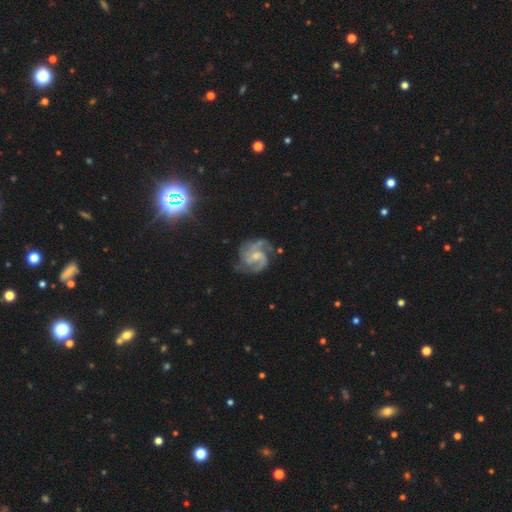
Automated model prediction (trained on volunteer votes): Smooth or featured?
  - featured or disk: 89% *
  - smooth: 6%
  - star or artifact: 5%
Edge-on disk?
  - no: 98% *
  - yes: 2%
Bar?
  - no: 47% *
  - weak: 44%
  - strong: 8%
Spiral arms?
  - yes: 98% *
  - no: 2%
Spiral winding?
  - medium: 52% *
  - tight: 35%
  - loose: 12%
Spiral arm count?
  - 2: 51% *
  - 3: 27%
  - can't tell: 9%
  - 4: 4%
  - 1: 4%
  - more than 4: 4%
Bulge size?
  - small: 56% *
  - moderate: 33%
  - none: 7%
  - large: 2%
  - dominant: 1%
Merging?
  - none: 64% *
  - minor disturbance: 21%
  - major disturbance: 12%
  - merger: 3%